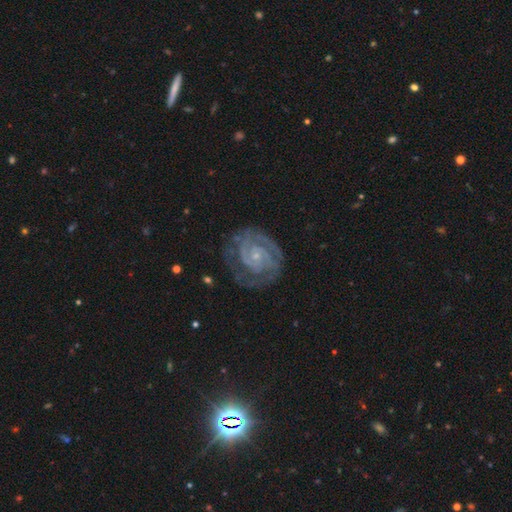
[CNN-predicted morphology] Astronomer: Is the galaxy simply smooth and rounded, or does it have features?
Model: featured or disk — 88%.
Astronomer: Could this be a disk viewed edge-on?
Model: no — 98%.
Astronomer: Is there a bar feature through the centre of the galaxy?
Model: no — 68%.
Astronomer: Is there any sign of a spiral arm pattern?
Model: yes — 97%.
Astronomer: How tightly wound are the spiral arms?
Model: tight — 72%.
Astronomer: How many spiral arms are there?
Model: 2 — 56%.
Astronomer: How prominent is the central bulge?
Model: small — 81%.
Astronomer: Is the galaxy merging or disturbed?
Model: none — 72%.